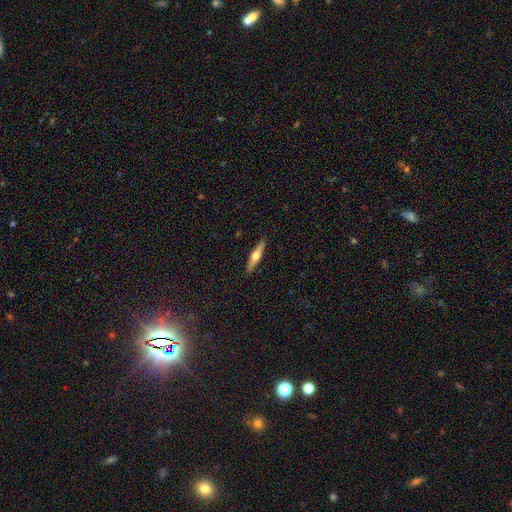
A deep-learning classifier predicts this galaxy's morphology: A featured or disk galaxy (59%) viewed edge-on (96%) with a rounded central bulge (94%). Merging: none (92%).